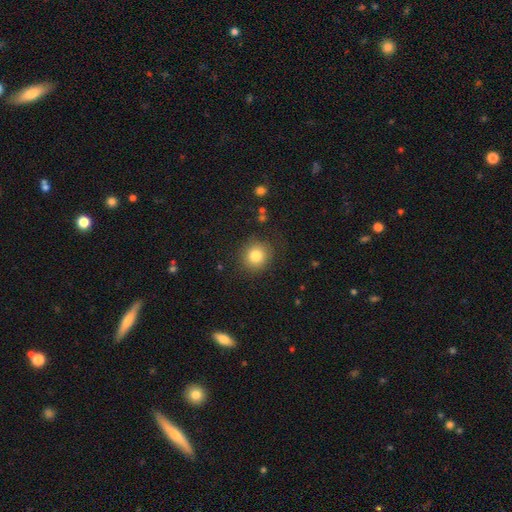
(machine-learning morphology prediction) Q: Smooth or featured?
A: smooth (81%); runner-up: star or artifact (10%)
Q: How rounded?
A: round (88%); runner-up: in between (11%)
Q: Merging?
A: none (85%); runner-up: minor disturbance (9%)